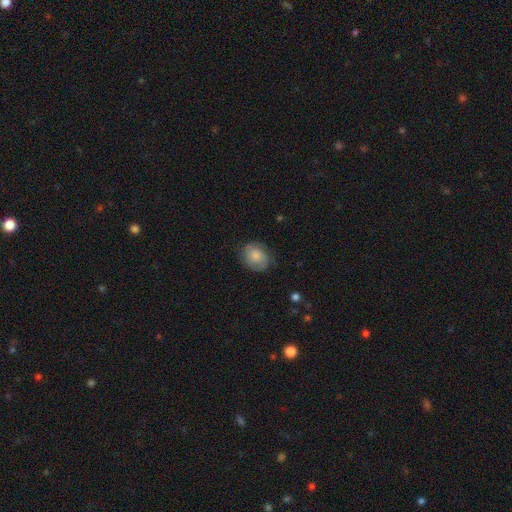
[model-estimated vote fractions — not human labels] A smooth galaxy with no disk features (69%) that is round (53%). Merging: none (75%).